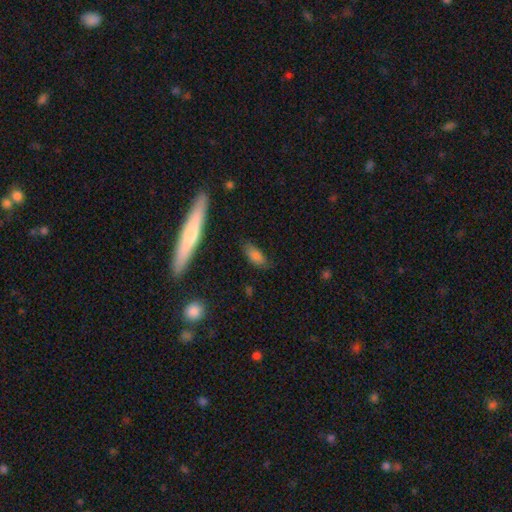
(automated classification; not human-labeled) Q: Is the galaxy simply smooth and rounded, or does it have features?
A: smooth — 77%.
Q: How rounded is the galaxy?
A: in between — 78%.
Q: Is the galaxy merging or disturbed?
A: none — 75%.